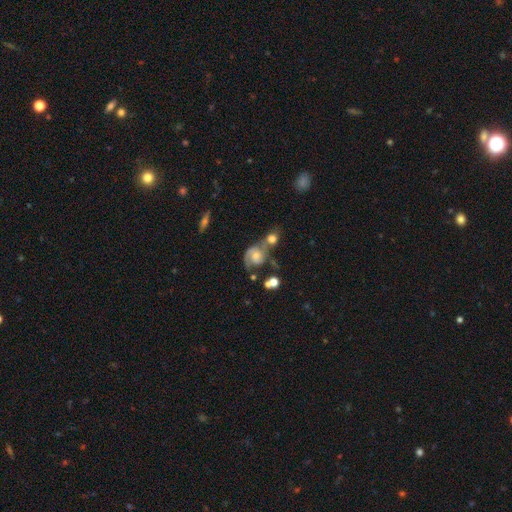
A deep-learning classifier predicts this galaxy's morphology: featured or disk 76%, smooth 16%, star or artifact 8%. Down the decision tree: edge-on disk — no (97%); bar — no (67%); spiral arms — yes (93%); spiral arm count — 2 (66%); spiral winding — medium (45%); bulge size — moderate (42%); merging — merger (39%).